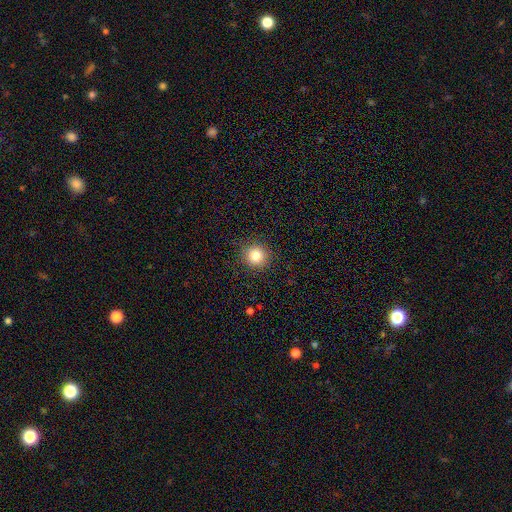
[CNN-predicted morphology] Smooth or featured?
  - smooth: 83% *
  - star or artifact: 11%
  - featured or disk: 6%
How rounded?
  - round: 94% *
  - in between: 6%
  - cigar-shaped: 1%
Merging?
  - none: 90% *
  - minor disturbance: 7%
  - major disturbance: 2%
  - merger: 1%